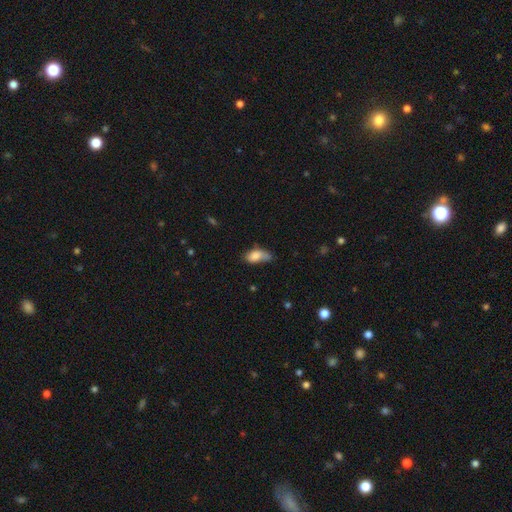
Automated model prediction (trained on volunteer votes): Smooth or featured?
  - smooth: 80% *
  - featured or disk: 12%
  - star or artifact: 8%
How rounded?
  - in between: 87% *
  - cigar-shaped: 7%
  - round: 6%
Merging?
  - minor disturbance: 37% *
  - none: 36%
  - major disturbance: 15%
  - merger: 12%